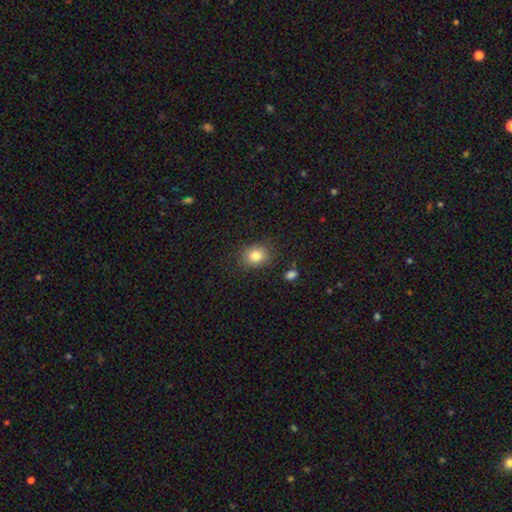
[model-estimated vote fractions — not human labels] A smooth galaxy with no disk features (82%) that is round (60%). Merging: none (84%).